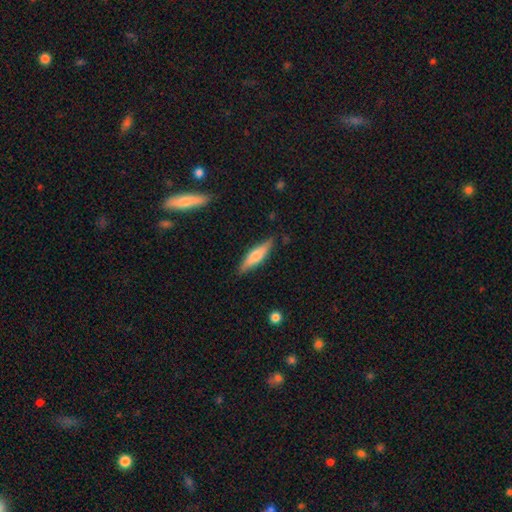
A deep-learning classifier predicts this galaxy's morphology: Q: Smooth or featured?
A: smooth (55%); runner-up: featured or disk (39%)
Q: How rounded?
A: cigar-shaped (72%); runner-up: in between (27%)
Q: Merging?
A: none (86%); runner-up: minor disturbance (11%)